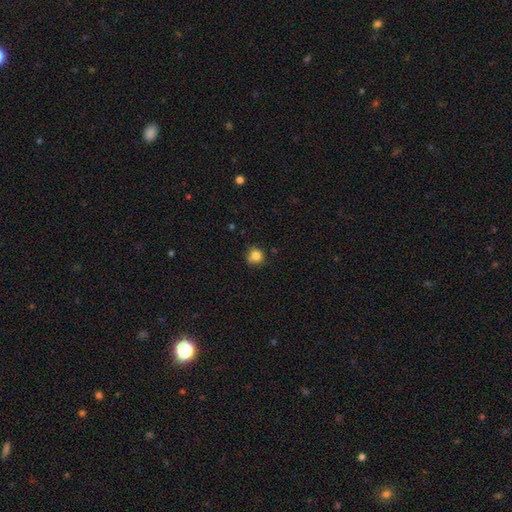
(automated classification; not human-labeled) A smooth galaxy with no disk features (83%) that is round (91%).

Vote fractions:
- Smooth or featured? smooth: 83% / star or artifact: 11% / featured or disk: 5%
- How rounded? round: 91% / in between: 8% / cigar-shaped: 1%
- Merging? none: 76% / minor disturbance: 18% / major disturbance: 3% / merger: 3%